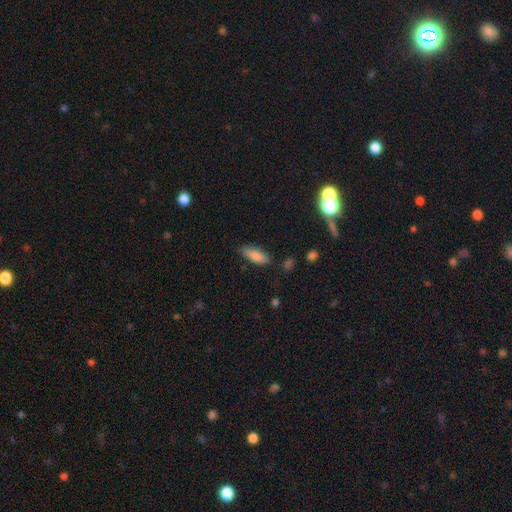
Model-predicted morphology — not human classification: smooth-or-featured: smooth: 84% | featured or disk: 9% | star or artifact: 7%
  how-rounded: in between: 71% | cigar-shaped: 27% | round: 2%
  merging: none: 77% | minor disturbance: 17% | major disturbance: 3% | merger: 2%